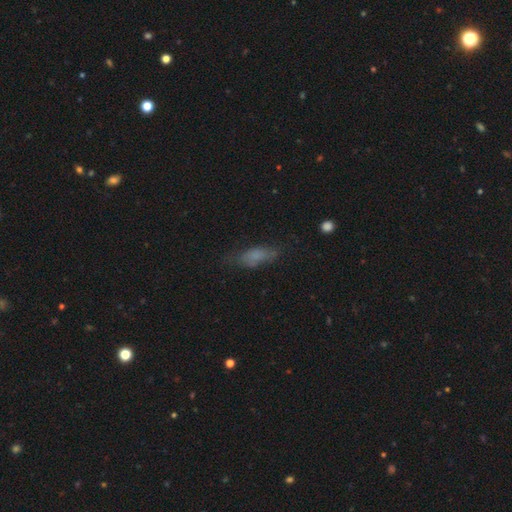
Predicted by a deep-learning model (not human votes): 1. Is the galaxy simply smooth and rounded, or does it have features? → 65% smooth, 22% featured or disk, 13% star or artifact.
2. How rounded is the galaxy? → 57% in between, 40% cigar-shaped, 3% round.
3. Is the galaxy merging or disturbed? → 61% none, 25% minor disturbance, 12% major disturbance, 2% merger.